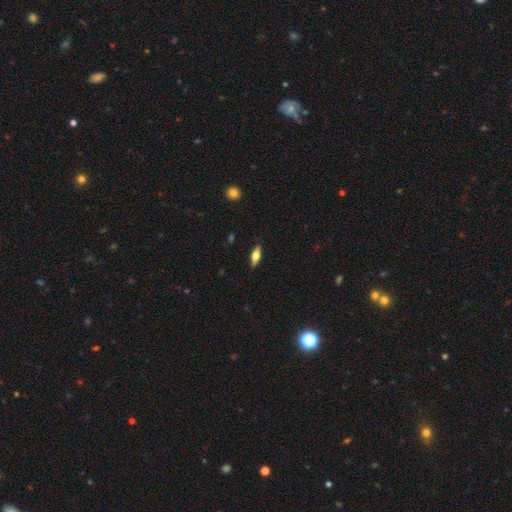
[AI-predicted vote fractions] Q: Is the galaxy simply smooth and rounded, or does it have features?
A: smooth — 51%.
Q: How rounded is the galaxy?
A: in between — 62%.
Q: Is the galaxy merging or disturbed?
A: none — 89%.